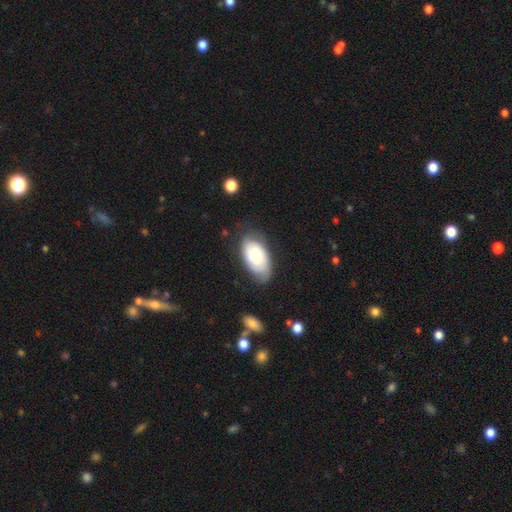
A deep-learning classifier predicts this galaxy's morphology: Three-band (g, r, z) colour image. It shows a smooth galaxy with no disk features (58%) that is in between round and cigar-shaped (94%). Merging: none (65%).